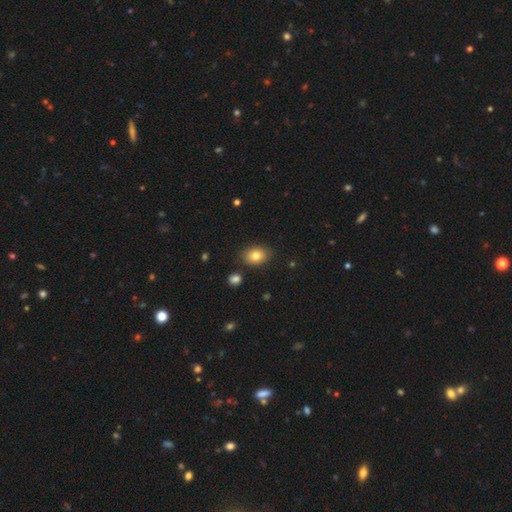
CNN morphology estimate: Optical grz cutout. It shows a smooth galaxy with no disk features (81%) that is in between round and cigar-shaped (64%). Merging: none (85%).